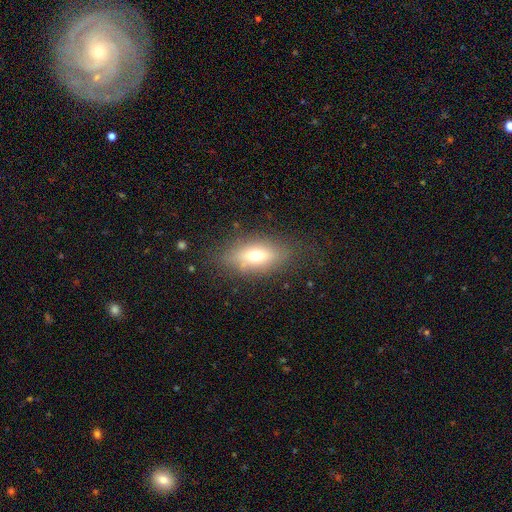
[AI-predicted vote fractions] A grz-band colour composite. It shows a smooth galaxy with no disk features (59%) that is in between round and cigar-shaped (79%). Merging: none (76%).